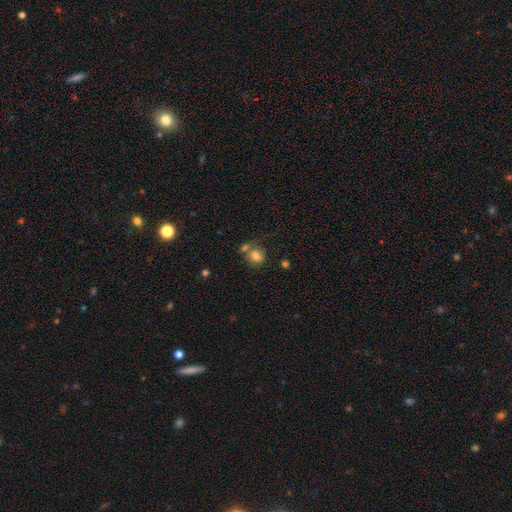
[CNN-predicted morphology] smooth 78%, featured or disk 11%, star or artifact 10%. Down the decision tree: how rounded — round (60%); merging — none (47%).